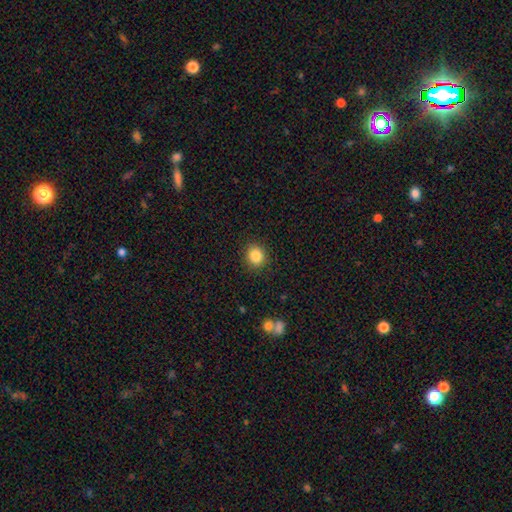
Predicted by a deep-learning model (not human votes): Smooth or featured? Predicted: smooth (p=0.86). How rounded? Predicted: round (p=0.80). Merging? Predicted: none (p=0.89).